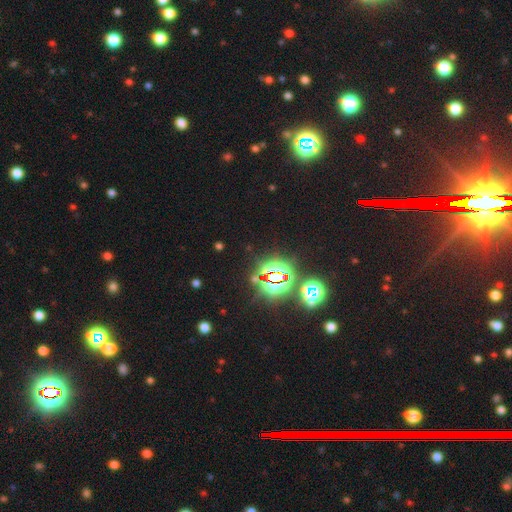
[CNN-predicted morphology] This is likely a star or artifact rather than a galaxy (80%).